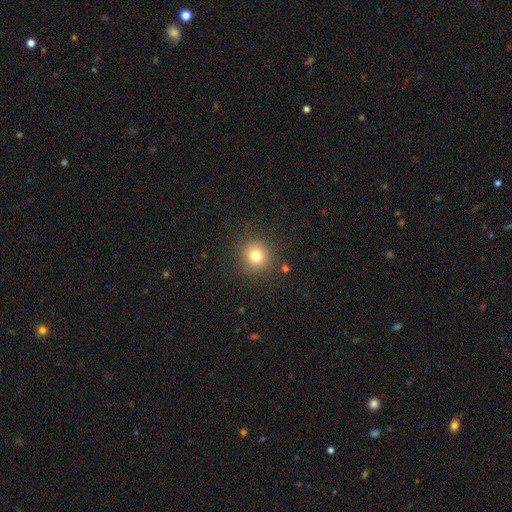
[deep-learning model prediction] A smooth galaxy with no disk features (78%) that is round (94%). Merging: none (89%).